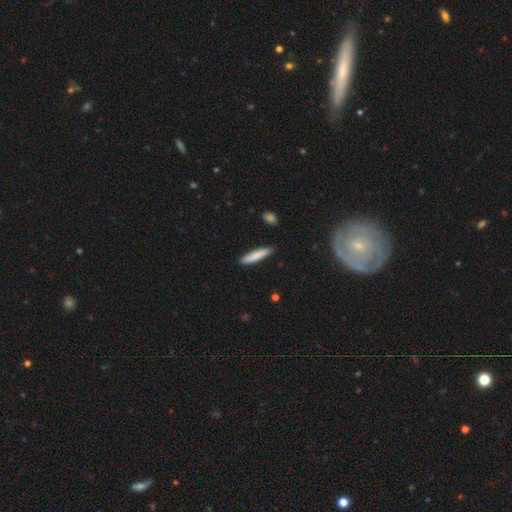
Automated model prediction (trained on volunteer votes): This is clearly a smooth galaxy (82%). How rounded: clearly cigar-shaped (90%). Merging: clearly none (88%).